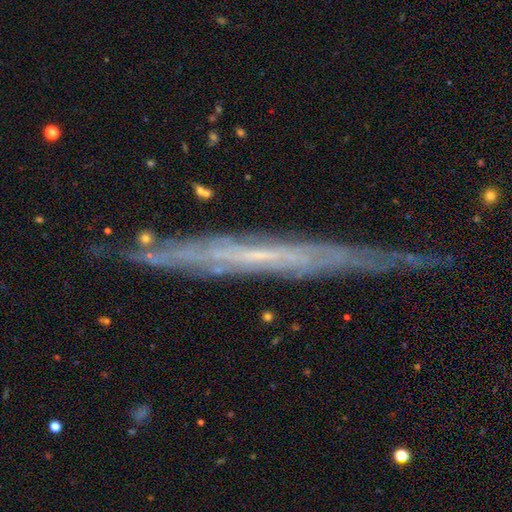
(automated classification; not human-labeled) Morphology: type=featured or disk (69%); edge-on=yes (88%); edge-on bulge=none (88%); merging=none (77%).